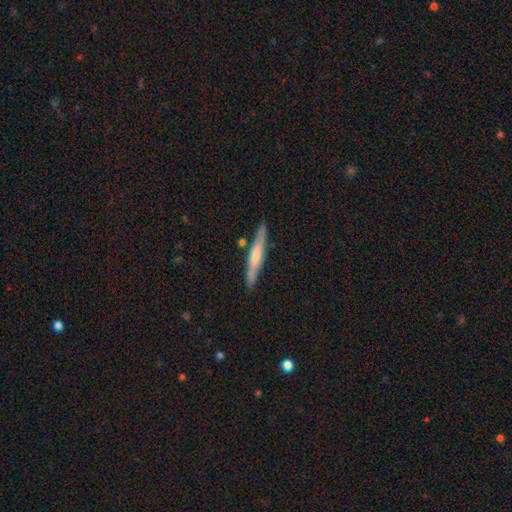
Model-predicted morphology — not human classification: type=smooth (48%); merging=none (85%).